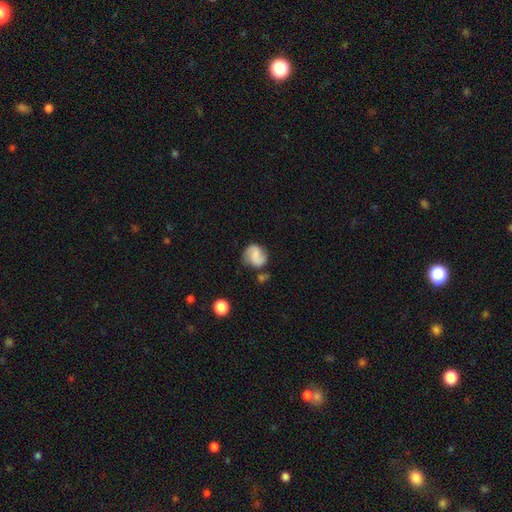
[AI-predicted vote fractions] Smooth or featured? Predicted: featured or disk (p=0.54). Edge-on disk? Predicted: no (p=0.98). Bar? Predicted: no (p=0.45). Spiral arms? Predicted: yes (p=0.91). Bulge size? Predicted: none (p=0.53). Merging? Predicted: none (p=0.64).